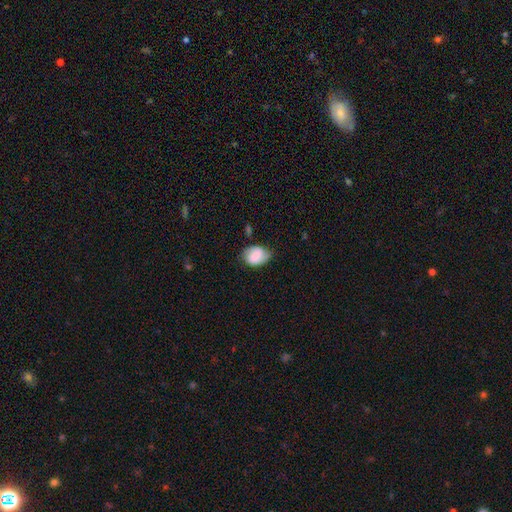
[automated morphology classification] Q: Smooth or featured?
A: smooth (50%); runner-up: featured or disk (41%)
Q: How rounded?
A: in between (69%); runner-up: round (30%)
Q: Merging?
A: none (60%); runner-up: minor disturbance (29%)